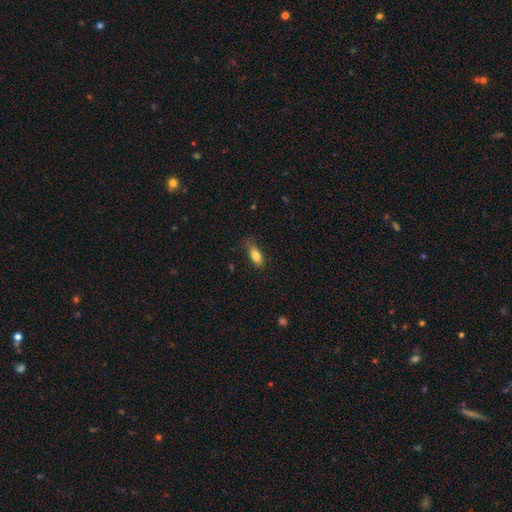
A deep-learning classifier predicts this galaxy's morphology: smooth-or-featured: smooth: 81% | featured or disk: 11% | star or artifact: 8%
  how-rounded: in between: 79% | cigar-shaped: 18% | round: 3%
  merging: none: 71% | minor disturbance: 23% | major disturbance: 5% | merger: 1%